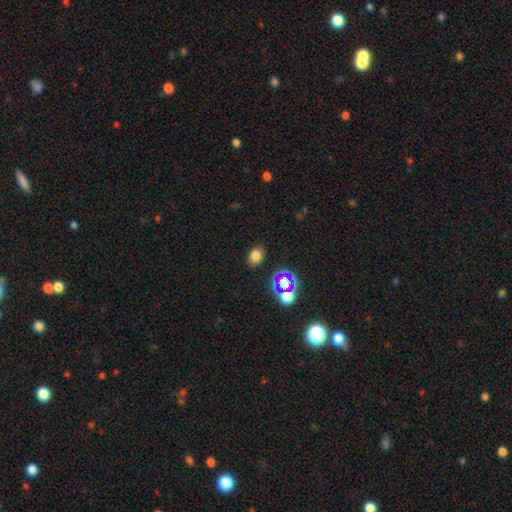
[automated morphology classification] smooth 75%, star or artifact 18%, featured or disk 7%. Down the decision tree: how rounded — in between (64%); merging — none (84%).